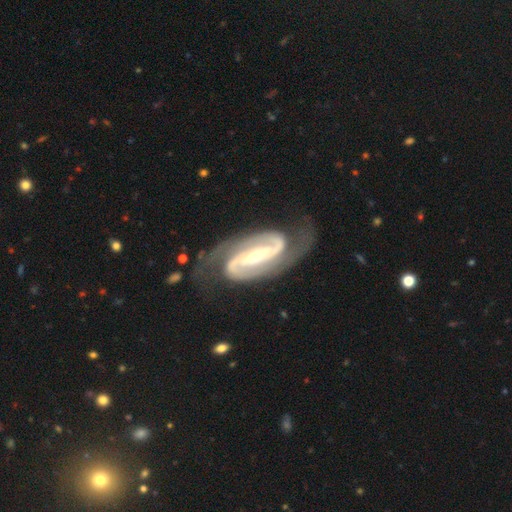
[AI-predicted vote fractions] Smooth or featured? featured or disk (93%)
Edge-on disk? no (97%)
Bar? strong (64%)
Spiral arms? yes (98%)
Spiral winding? medium (52%)
Spiral arm count? 2 (94%)
Bulge size? moderate (50%)
Merging? none (72%)